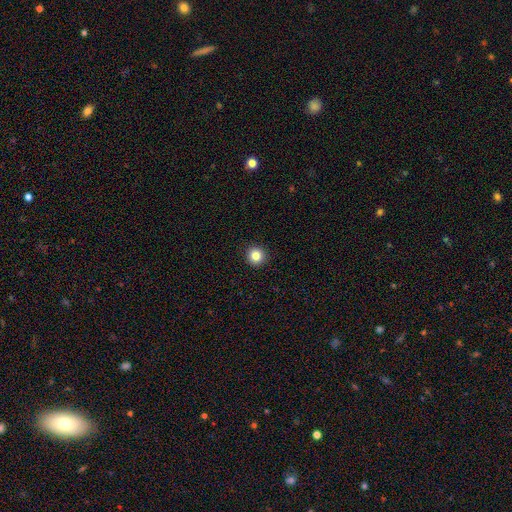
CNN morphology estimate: smooth_or_featured: smooth (p=0.84) [alt: star or artifact p=0.11]
how_rounded: round (p=0.95) [alt: in between p=0.04]
merging: none (p=0.93) [alt: minor disturbance p=0.04]